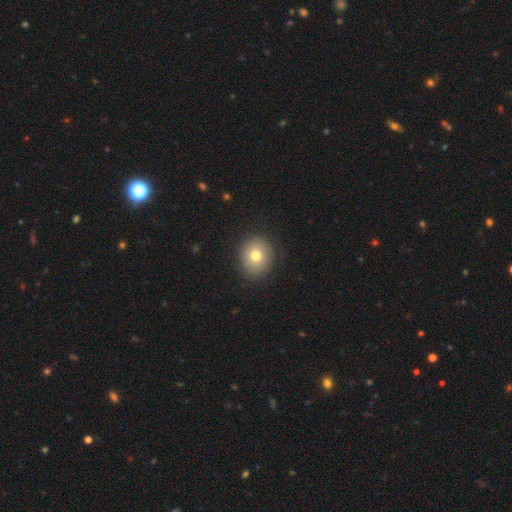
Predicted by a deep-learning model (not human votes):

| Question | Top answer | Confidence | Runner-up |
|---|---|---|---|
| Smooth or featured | smooth | 75% | featured or disk (15%) |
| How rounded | round | 74% | in between (25%) |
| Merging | none | 86% | minor disturbance (10%) |